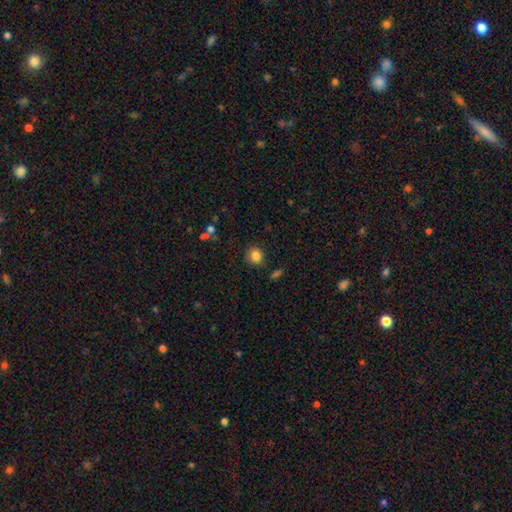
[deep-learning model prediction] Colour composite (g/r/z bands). It shows a smooth galaxy with no disk features (84%) that is round (84%). Merging: none (86%).